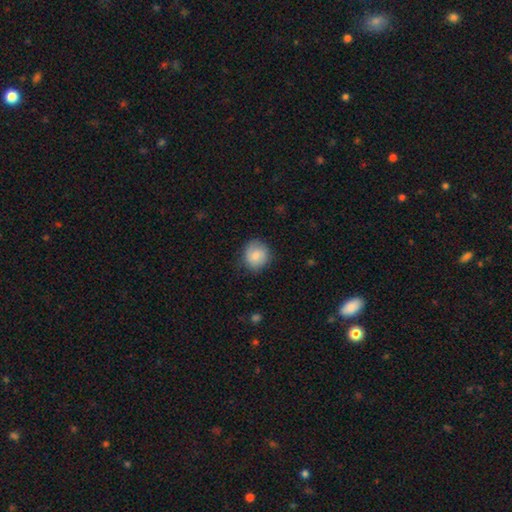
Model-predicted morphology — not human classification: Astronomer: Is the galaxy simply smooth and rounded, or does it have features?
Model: smooth — 80%.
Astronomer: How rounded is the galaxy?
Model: round — 82%.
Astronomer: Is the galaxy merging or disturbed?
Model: none — 78%.